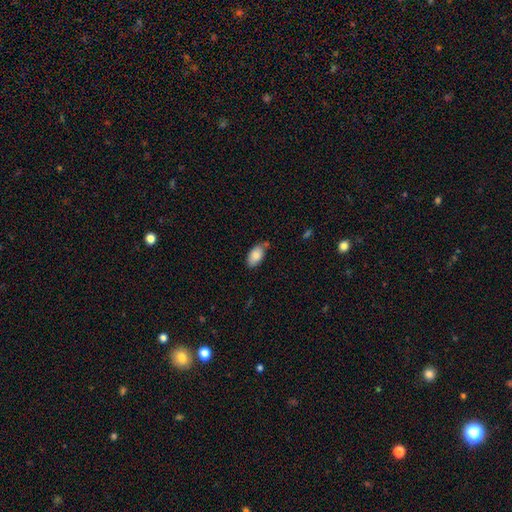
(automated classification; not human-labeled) This appears to be a smooth galaxy with no disk features (84%) that is in between round and cigar-shaped (94%). Merging: none (67%).